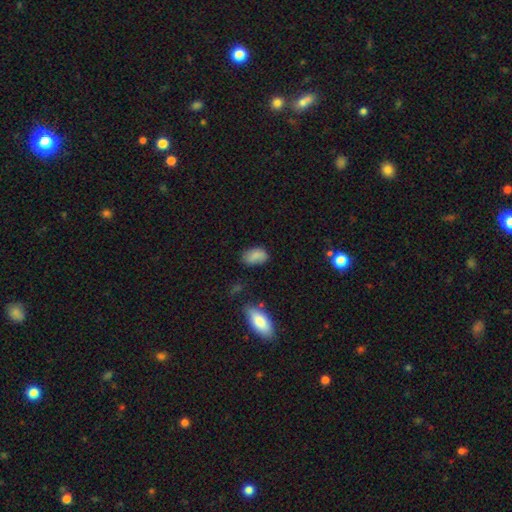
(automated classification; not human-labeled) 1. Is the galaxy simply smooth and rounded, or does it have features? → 83% smooth, 9% star or artifact, 8% featured or disk.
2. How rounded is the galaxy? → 91% in between, 7% round, 2% cigar-shaped.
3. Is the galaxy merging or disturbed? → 71% none, 21% minor disturbance, 5% major disturbance, 3% merger.